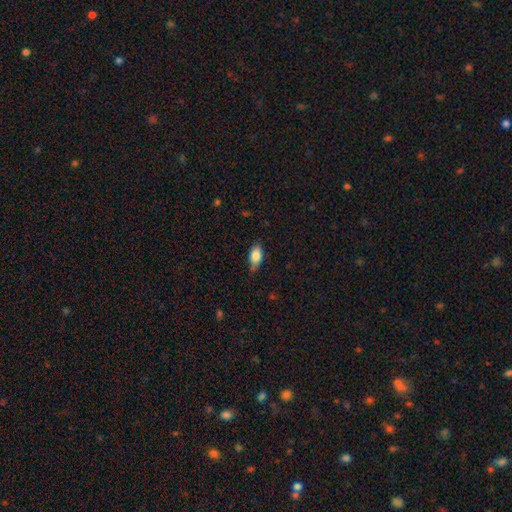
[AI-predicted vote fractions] smooth 83%, featured or disk 9%, star or artifact 7%. Down the decision tree: how rounded — in between (90%); merging — none (71%).